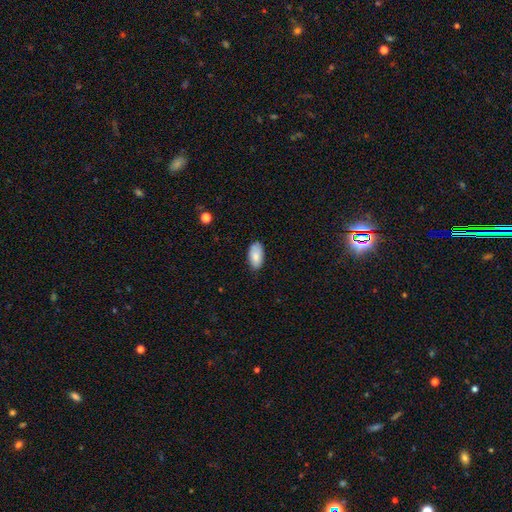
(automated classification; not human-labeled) smooth_or_featured: smooth (p=0.84) [alt: featured or disk p=0.09]
how_rounded: in between (p=0.94) [alt: round p=0.03]
merging: none (p=0.79) [alt: minor disturbance p=0.17]